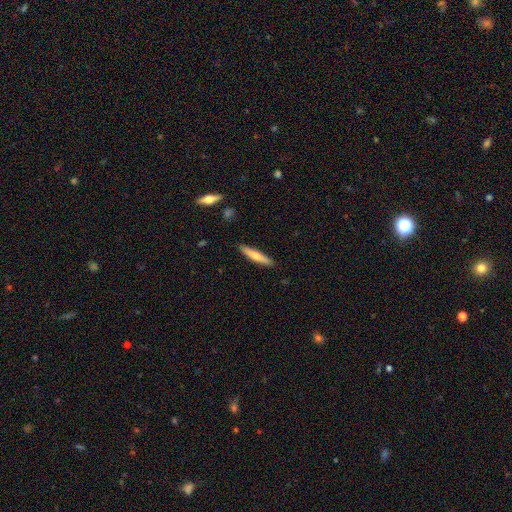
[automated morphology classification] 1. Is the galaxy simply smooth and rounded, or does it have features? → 58% smooth, 36% featured or disk, 6% star or artifact.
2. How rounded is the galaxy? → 89% cigar-shaped, 9% in between, 1% round.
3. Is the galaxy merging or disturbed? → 90% none, 7% minor disturbance, 1% major disturbance, 1% merger.